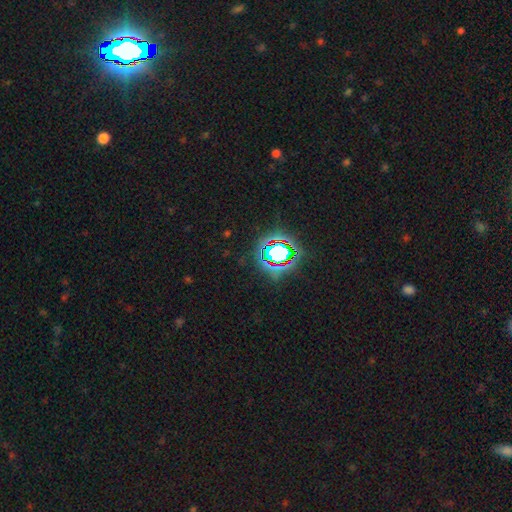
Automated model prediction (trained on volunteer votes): Smooth or featured?
  - star or artifact: 81% *
  - smooth: 11%
  - featured or disk: 7%